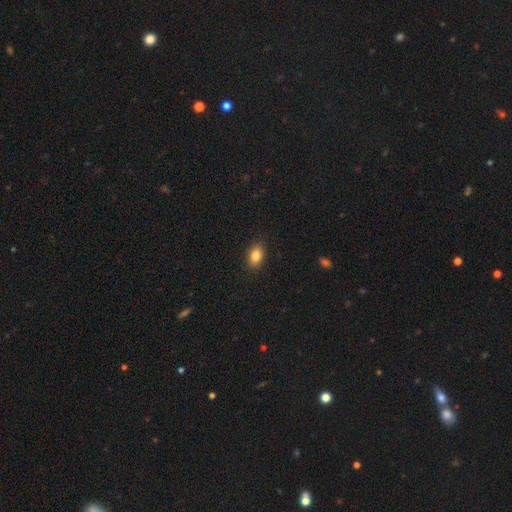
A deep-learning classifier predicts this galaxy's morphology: smooth_or_featured: smooth (p=0.85) [alt: star or artifact p=0.09]
how_rounded: in between (p=0.85) [alt: round p=0.14]
merging: none (p=0.89) [alt: minor disturbance p=0.08]